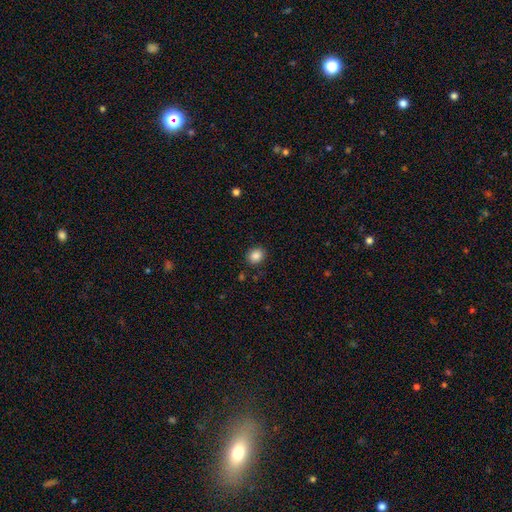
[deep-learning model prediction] Smooth or featured? smooth (87%)
How rounded? round (67%)
Merging? none (86%)